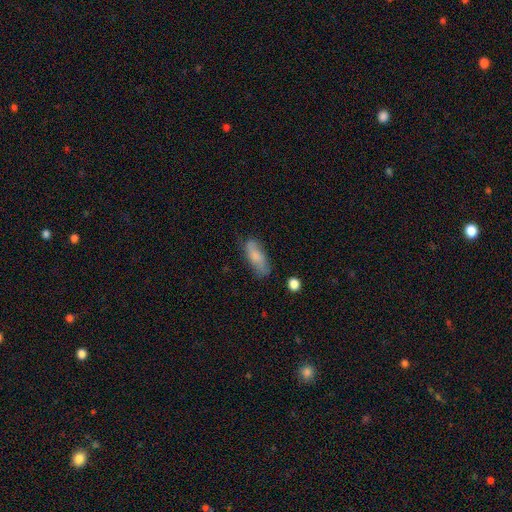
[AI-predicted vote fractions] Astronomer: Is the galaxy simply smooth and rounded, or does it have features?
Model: smooth — 70%.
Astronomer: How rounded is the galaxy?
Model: in between — 68%.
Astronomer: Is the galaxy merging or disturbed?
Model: none — 66%.